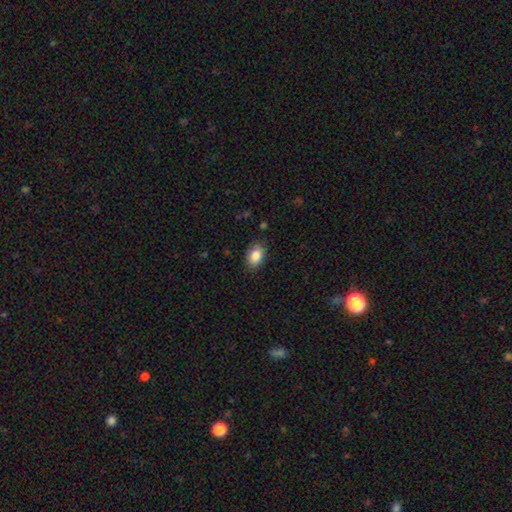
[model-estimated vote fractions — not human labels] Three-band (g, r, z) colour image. It shows a smooth galaxy with no disk features (86%) that is in between round and cigar-shaped (84%). Merging: none (85%).